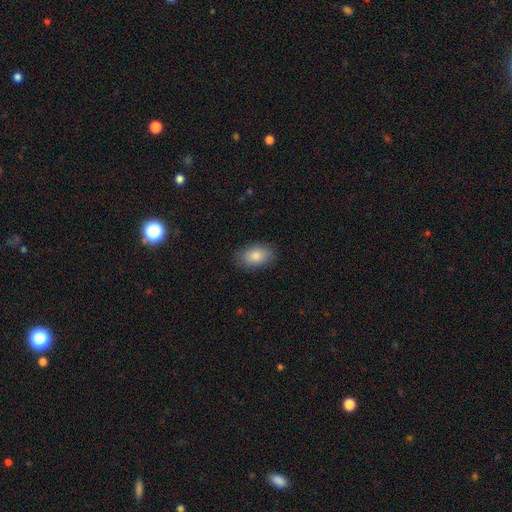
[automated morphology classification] smooth 85%, featured or disk 8%, star or artifact 7%. Down the decision tree: how rounded — in between (90%); merging — none (86%).